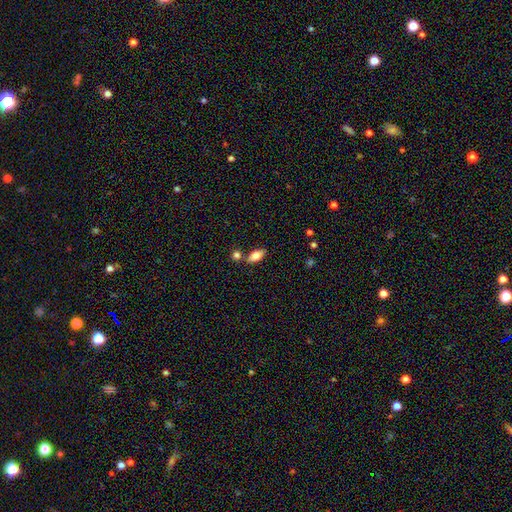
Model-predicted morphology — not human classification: The model was most divided on "merging": none: 72%, merger: 14%, minor disturbance: 11%, major disturbance: 3%. More confident: how rounded — in between (87%); smooth or featured — smooth (78%).